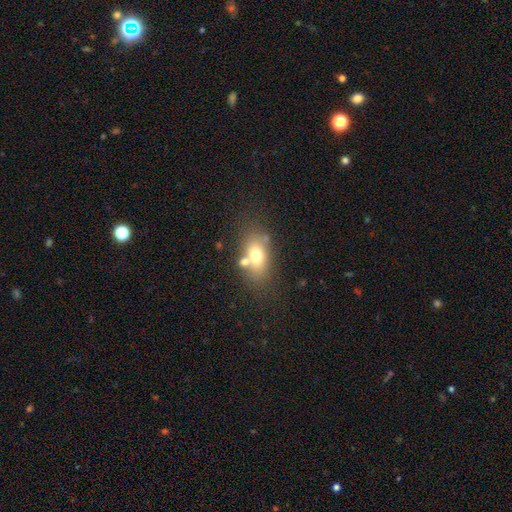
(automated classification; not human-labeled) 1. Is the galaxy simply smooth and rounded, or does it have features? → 68% smooth, 22% featured or disk, 11% star or artifact.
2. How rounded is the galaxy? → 79% in between, 16% round, 4% cigar-shaped.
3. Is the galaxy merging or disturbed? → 57% none, 23% merger, 14% minor disturbance, 6% major disturbance.